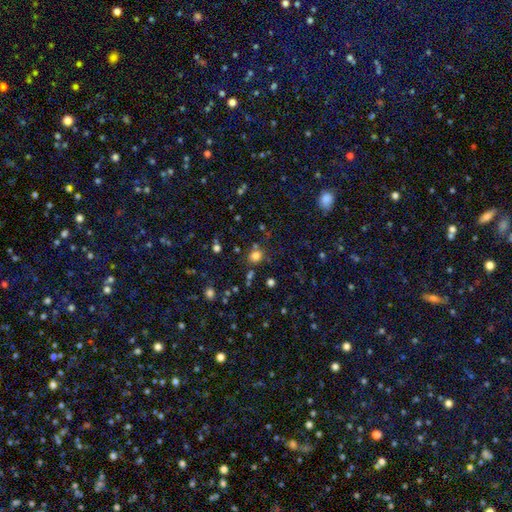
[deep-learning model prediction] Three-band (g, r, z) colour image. It shows a smooth galaxy with no disk features (76%) that is round (80%). Merging: none (75%).